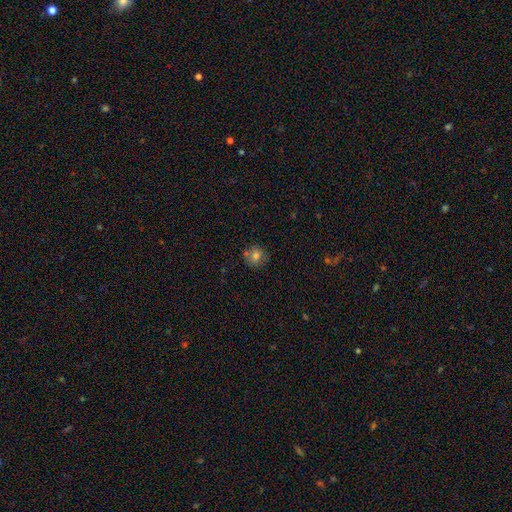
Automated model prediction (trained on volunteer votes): A smooth galaxy with no disk features (75%) that is round (87%). Merging: none (75%).